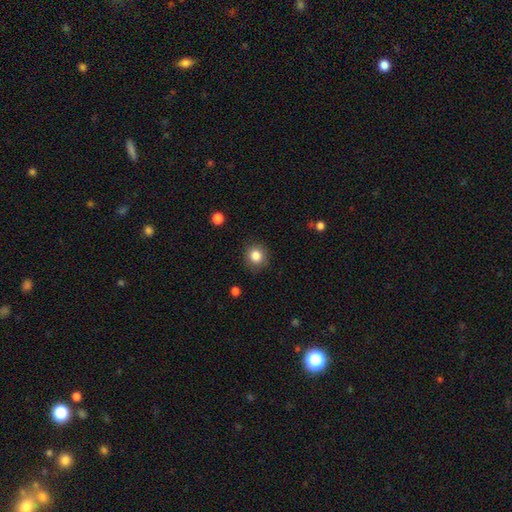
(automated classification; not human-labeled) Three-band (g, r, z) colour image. It shows a smooth galaxy with no disk features (84%) that is round (90%). Merging: none (88%).